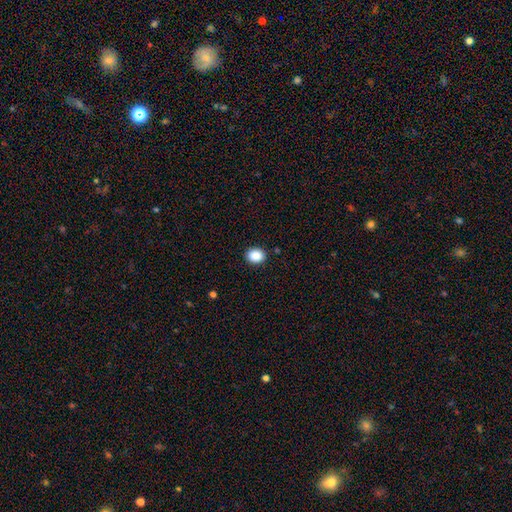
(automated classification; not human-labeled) Smooth or featured?
  - smooth: 89% *
  - star or artifact: 9%
  - featured or disk: 3%
How rounded?
  - round: 52% *
  - in between: 47%
  - cigar-shaped: 1%
Merging?
  - none: 90% *
  - minor disturbance: 7%
  - major disturbance: 2%
  - merger: 1%